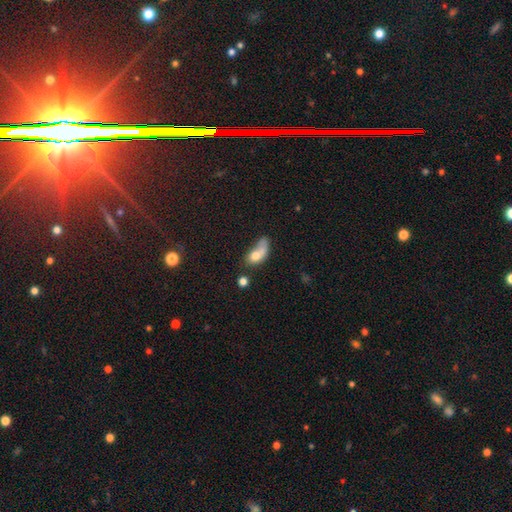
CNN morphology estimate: A smooth galaxy with no disk features (67%) that is in between round and cigar-shaped (76%). Merging: merger (31%).